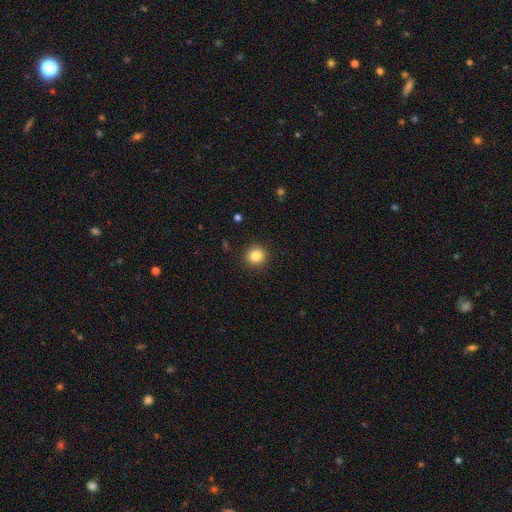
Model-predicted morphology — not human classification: The model was most divided on "smooth or featured": smooth: 84%, star or artifact: 11%, featured or disk: 5%. More confident: how rounded — round (92%); merging — none (91%).